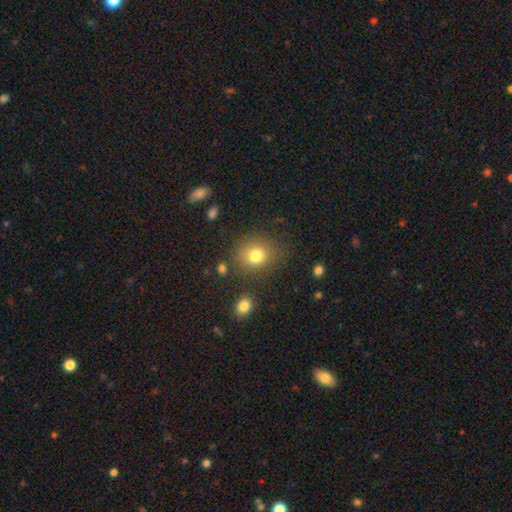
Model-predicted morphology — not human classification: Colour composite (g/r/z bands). It shows a smooth galaxy with no disk features (78%) that is round (72%). Merging: none (79%).